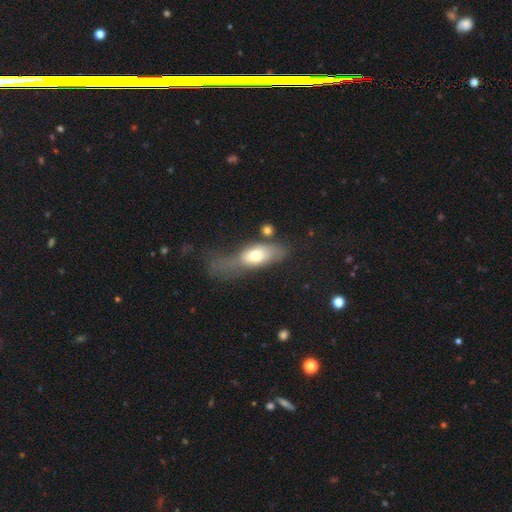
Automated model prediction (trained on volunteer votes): smooth-or-featured: smooth: 63% | featured or disk: 28% | star or artifact: 8%
  how-rounded: in between: 77% | cigar-shaped: 15% | round: 8%
  merging: major disturbance: 45% | minor disturbance: 21% | none: 21% | merger: 12%